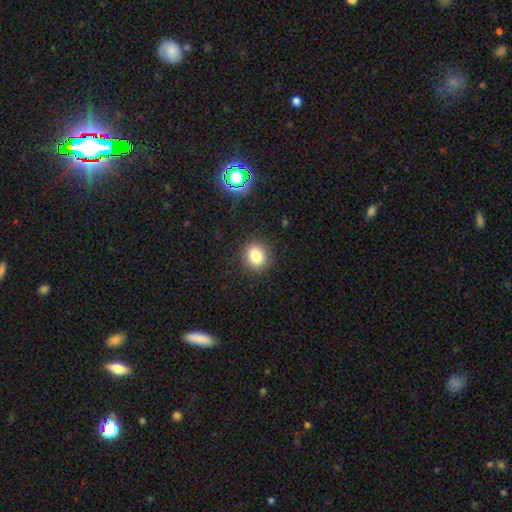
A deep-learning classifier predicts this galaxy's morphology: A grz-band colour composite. It shows a smooth galaxy with no disk features (82%) that is round (71%). Merging: none (89%).